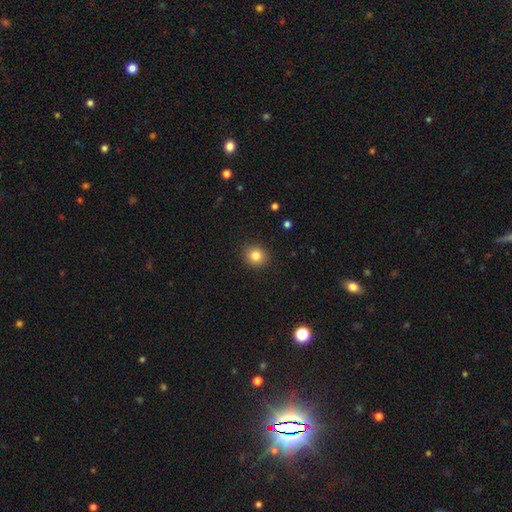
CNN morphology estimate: The model was most divided on "how rounded": round: 85%, in between: 14%, cigar-shaped: 1%. More confident: merging — none (91%); smooth or featured — smooth (83%).